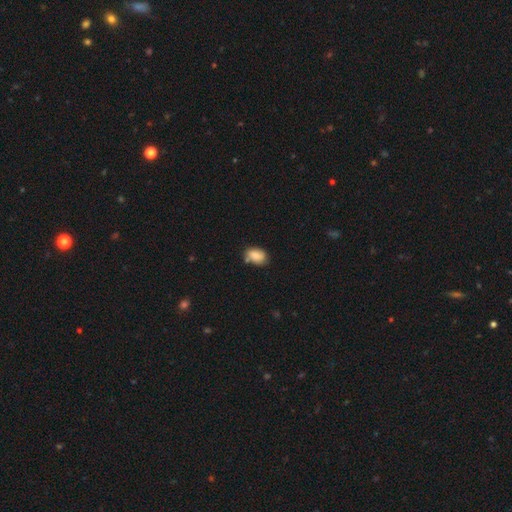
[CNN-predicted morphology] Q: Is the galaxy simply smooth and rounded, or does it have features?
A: smooth — 84%.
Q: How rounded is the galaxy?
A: in between — 83%.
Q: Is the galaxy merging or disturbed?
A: none — 62%.